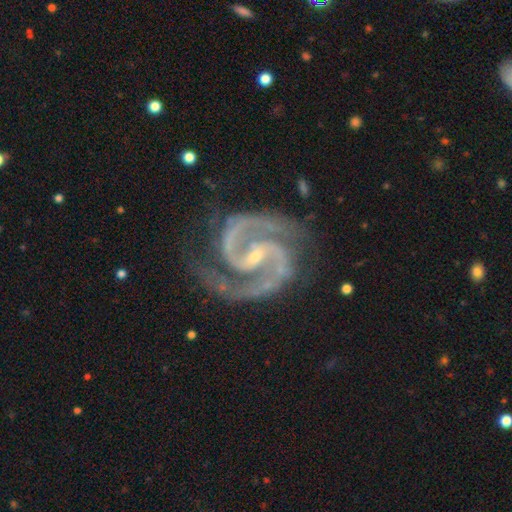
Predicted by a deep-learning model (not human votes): Smooth or featured? Predicted: featured or disk (p=0.95). Edge-on disk? Predicted: no (p=0.98). Bar? Predicted: weak (p=0.44). Spiral arms? Predicted: yes (p=0.99). Spiral winding? Predicted: medium (p=0.61). Spiral arm count? Predicted: 2 (p=0.92). Bulge size? Predicted: small (p=0.75). Merging? Predicted: none (p=0.74).